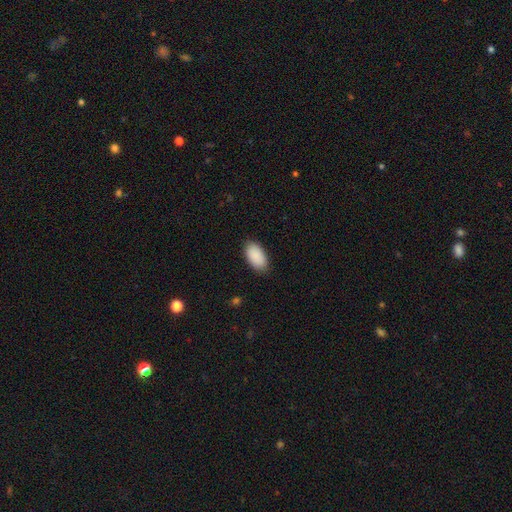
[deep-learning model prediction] The model was most divided on "merging": none: 87%, minor disturbance: 10%, major disturbance: 2%, merger: 1%. More confident: how rounded — in between (96%); smooth or featured — smooth (91%).